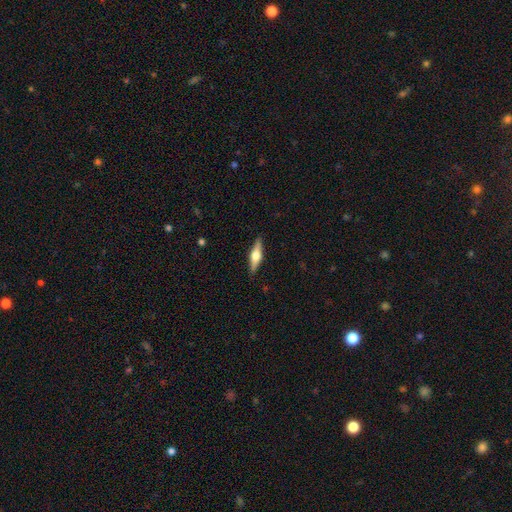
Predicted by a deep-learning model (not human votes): Smooth or featured? featured or disk (67%)
Edge-on disk? yes (97%)
Edge-on bulge? rounded (93%)
Merging? none (89%)